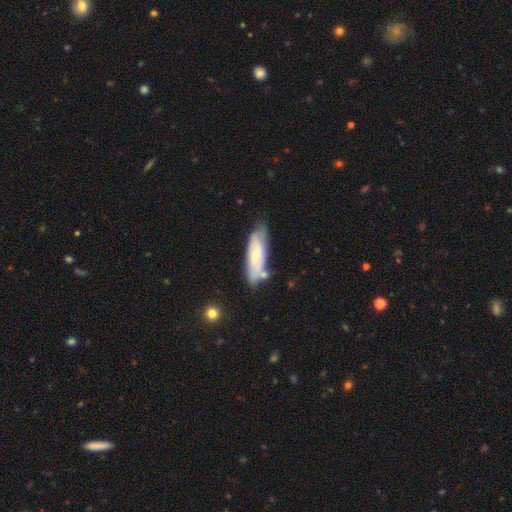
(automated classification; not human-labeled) Morphology: type=featured or disk (53%); edge-on=no (73%); merging=none (62%).